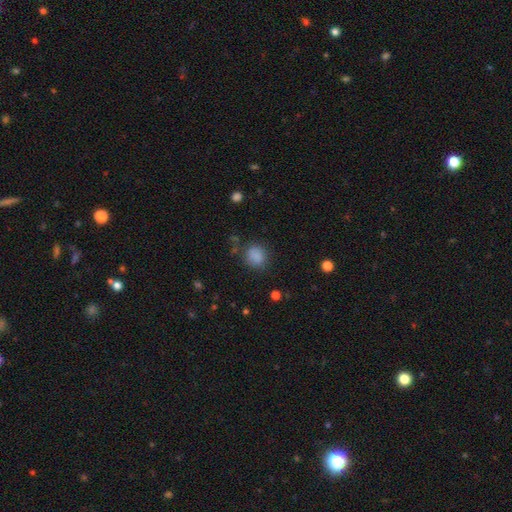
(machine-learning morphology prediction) This appears to be a smooth galaxy with no disk features (85%) that is round (78%). Merging: none (80%).